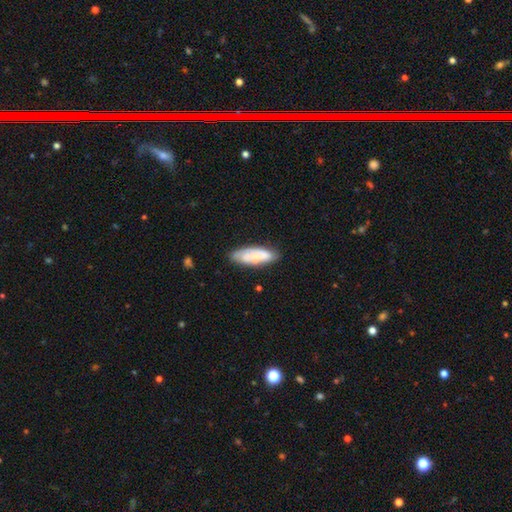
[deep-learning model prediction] Q: Smooth or featured?
A: smooth (62%); runner-up: featured or disk (31%)
Q: How rounded?
A: in between (70%); runner-up: cigar-shaped (28%)
Q: Merging?
A: none (67%); runner-up: minor disturbance (23%)